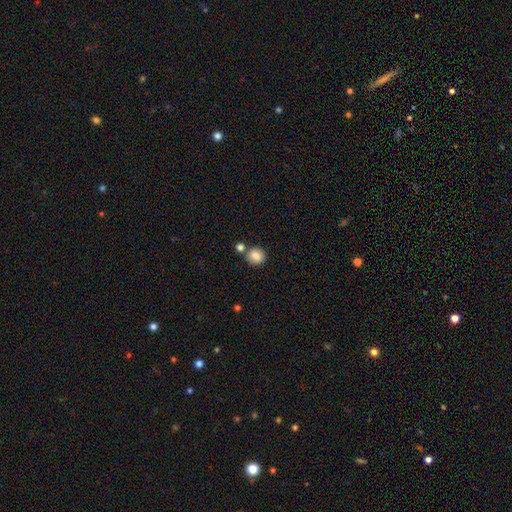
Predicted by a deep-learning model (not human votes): smooth_or_featured: smooth (p=0.84) [alt: star or artifact p=0.09]
how_rounded: round (p=0.83) [alt: in between p=0.16]
merging: none (p=0.71) [alt: merger p=0.16]